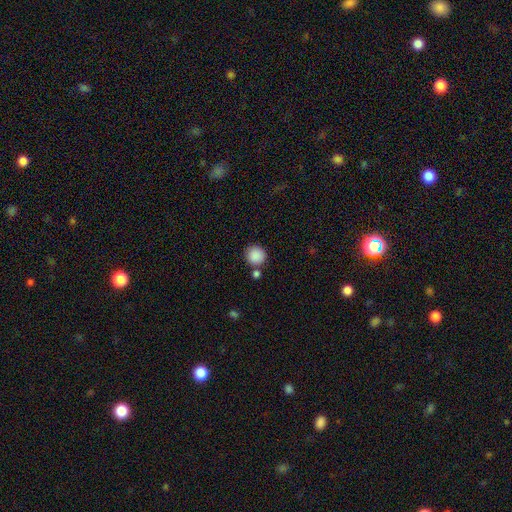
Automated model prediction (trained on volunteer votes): smooth-or-featured: smooth: 88% | star or artifact: 8% | featured or disk: 3%
  how-rounded: round: 93% | in between: 6% | cigar-shaped: 1%
  merging: none: 77% | merger: 11% | minor disturbance: 9% | major disturbance: 3%